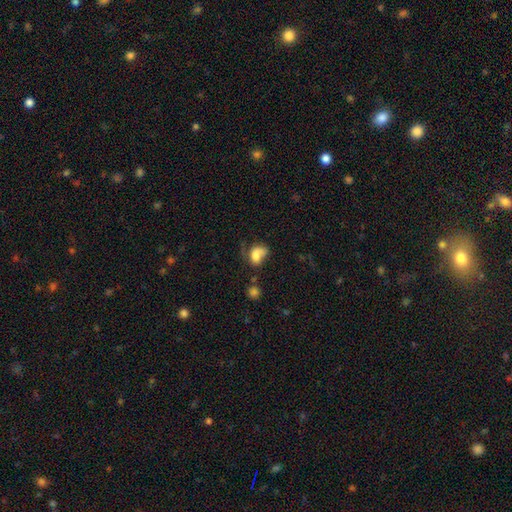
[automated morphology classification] Q: Smooth or featured?
A: smooth (67%); runner-up: featured or disk (22%)
Q: How rounded?
A: in between (65%); runner-up: round (33%)
Q: Merging?
A: major disturbance (29%); runner-up: none (28%)